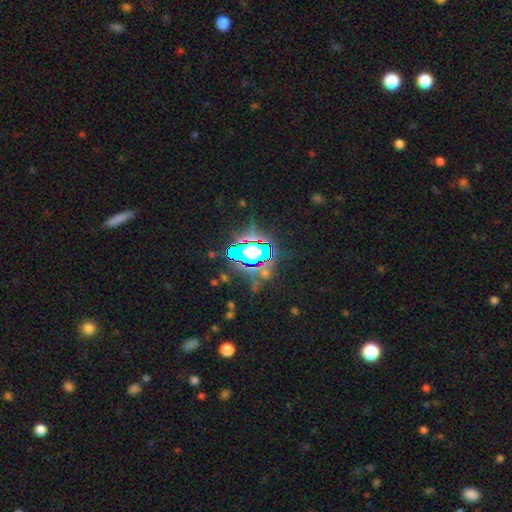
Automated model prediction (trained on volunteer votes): The model was most divided on "smooth or featured": star or artifact: 81%, smooth: 11%, featured or disk: 9%.